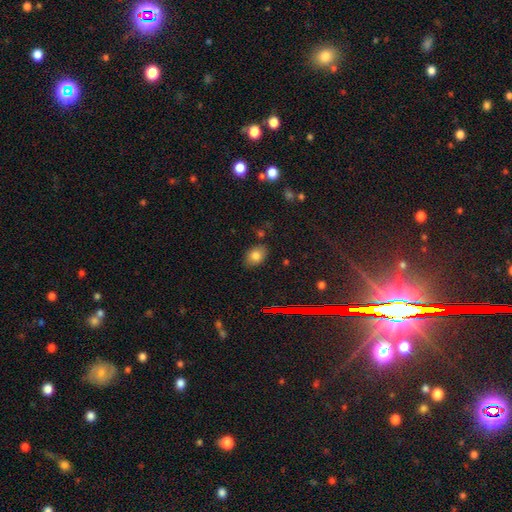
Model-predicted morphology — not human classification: Smooth or featured?
  - smooth: 78% *
  - star or artifact: 13%
  - featured or disk: 9%
How rounded?
  - in between: 77% *
  - round: 22%
  - cigar-shaped: 1%
Merging?
  - none: 82% *
  - minor disturbance: 13%
  - major disturbance: 3%
  - merger: 3%